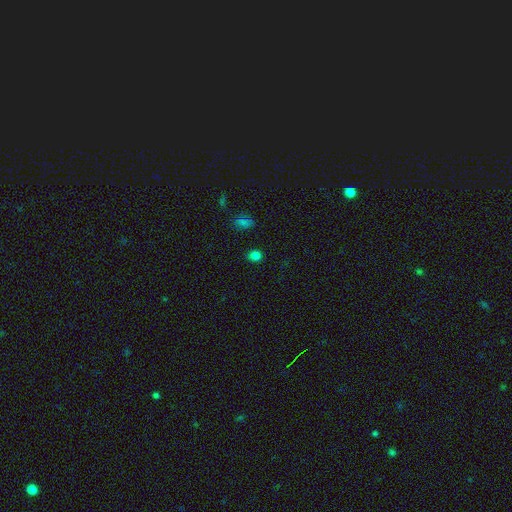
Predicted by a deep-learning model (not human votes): This appears to be a smooth galaxy with no disk features (80%) that is round (61%). Merging: none (87%).